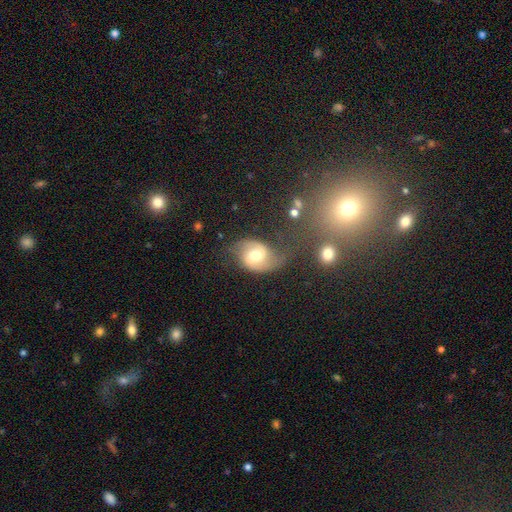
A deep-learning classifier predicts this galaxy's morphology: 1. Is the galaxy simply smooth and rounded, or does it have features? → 68% featured or disk, 25% smooth, 7% star or artifact.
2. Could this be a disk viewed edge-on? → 97% no, 3% yes.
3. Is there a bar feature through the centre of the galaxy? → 44% weak, 43% no, 12% strong.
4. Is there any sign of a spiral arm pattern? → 89% yes, 11% no.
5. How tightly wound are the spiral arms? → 46% medium, 37% loose, 17% tight.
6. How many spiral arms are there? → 89% 2, 6% can't tell, 3% 1, 1% 3, 1% 4, 1% more than 4.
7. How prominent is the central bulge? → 71% moderate, 13% large, 13% small, 2% dominant, 1% none.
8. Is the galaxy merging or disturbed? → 56% none, 25% minor disturbance, 13% major disturbance, 5% merger.